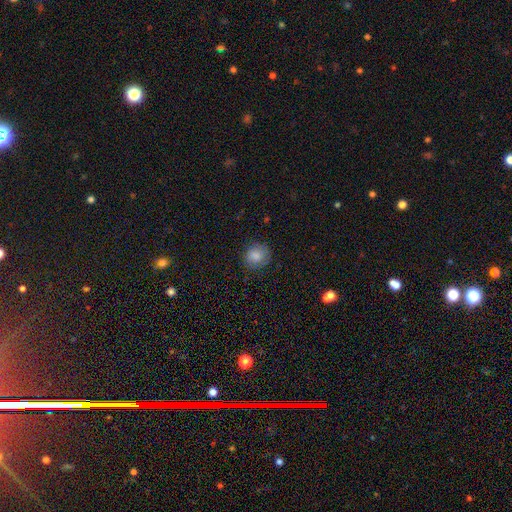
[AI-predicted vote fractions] Smooth or featured? smooth (83%)
How rounded? round (76%)
Merging? none (81%)